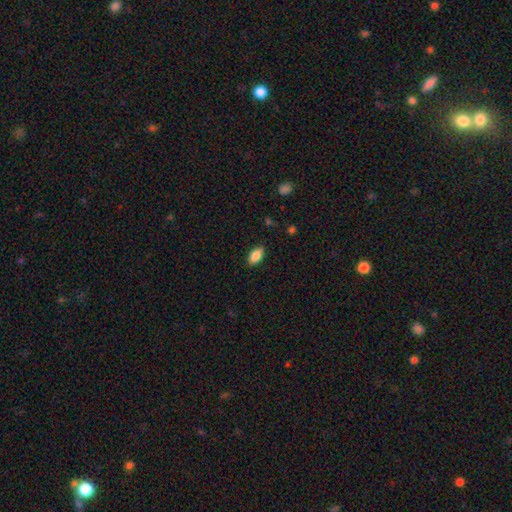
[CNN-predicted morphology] smooth 87%, star or artifact 7%, featured or disk 6%. Down the decision tree: how rounded — in between (91%); merging — none (87%).